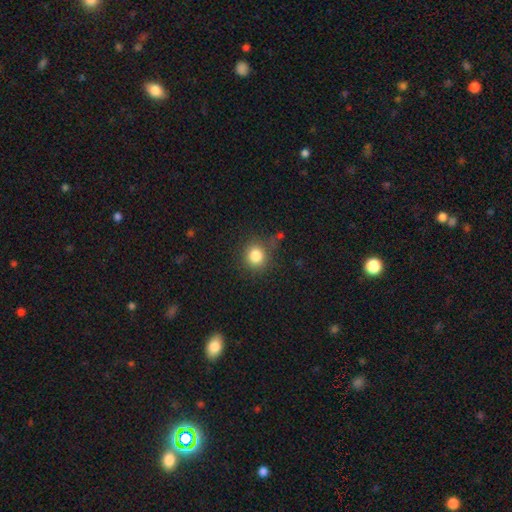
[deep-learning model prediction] The model was most divided on "merging": none: 81%, minor disturbance: 12%, major disturbance: 4%, merger: 3%. More confident: how rounded — round (87%); smooth or featured — smooth (83%).